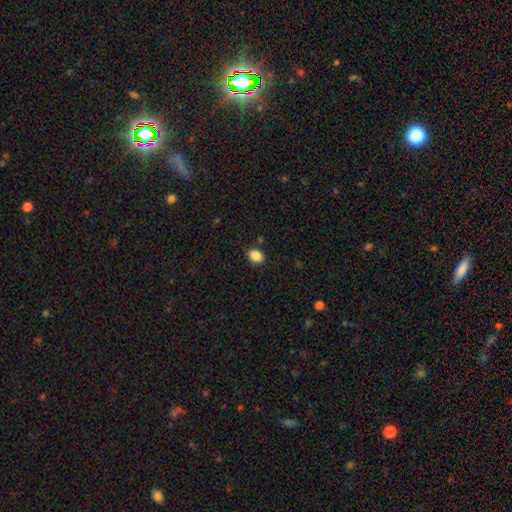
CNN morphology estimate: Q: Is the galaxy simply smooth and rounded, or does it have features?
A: smooth — 87%.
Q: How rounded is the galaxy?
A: in between — 65%.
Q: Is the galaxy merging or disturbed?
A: none — 83%.